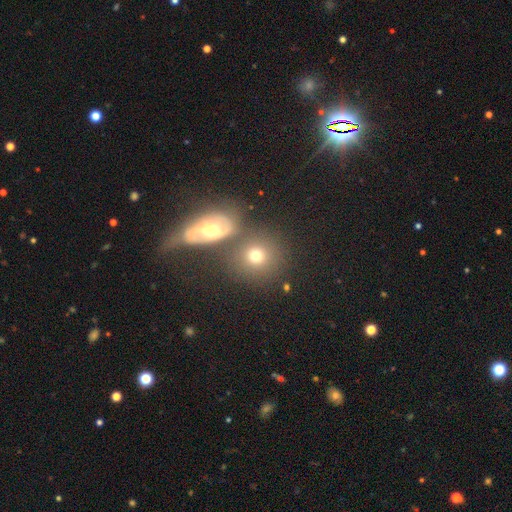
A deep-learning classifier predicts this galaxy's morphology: smooth-or-featured: smooth: 70% | featured or disk: 17% | star or artifact: 13%
  how-rounded: round: 81% | in between: 18% | cigar-shaped: 1%
  merging: none: 63% | merger: 22% | minor disturbance: 10% | major disturbance: 5%